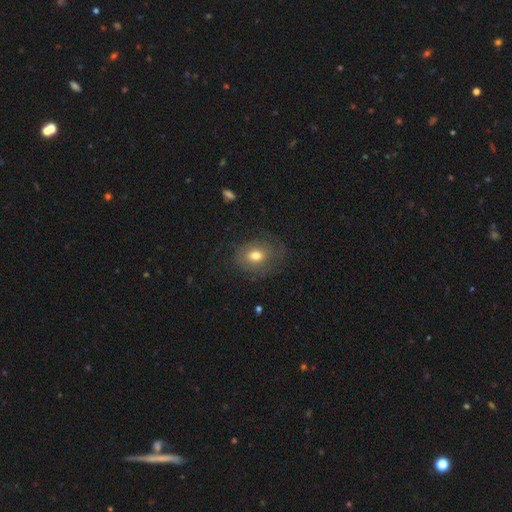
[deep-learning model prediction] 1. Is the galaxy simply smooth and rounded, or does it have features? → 62% smooth, 27% featured or disk, 10% star or artifact.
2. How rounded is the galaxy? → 61% in between, 37% round, 1% cigar-shaped.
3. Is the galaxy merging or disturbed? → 65% none, 21% minor disturbance, 12% major disturbance, 1% merger.